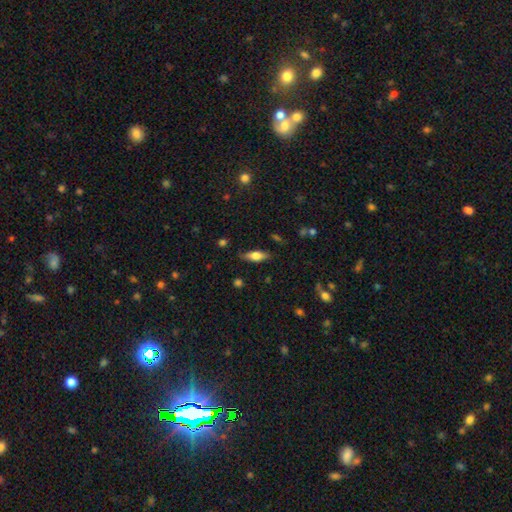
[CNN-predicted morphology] Smooth or featured? smooth (66%)
How rounded? in between (70%)
Merging? none (81%)